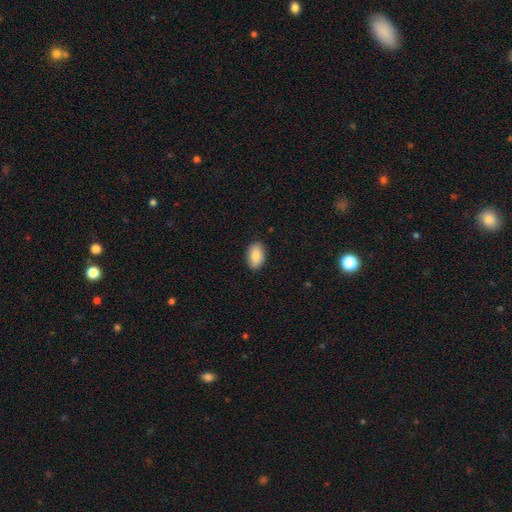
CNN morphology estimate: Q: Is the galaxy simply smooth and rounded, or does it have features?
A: smooth — 87%.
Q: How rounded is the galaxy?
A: in between — 93%.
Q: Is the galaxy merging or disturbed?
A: none — 88%.